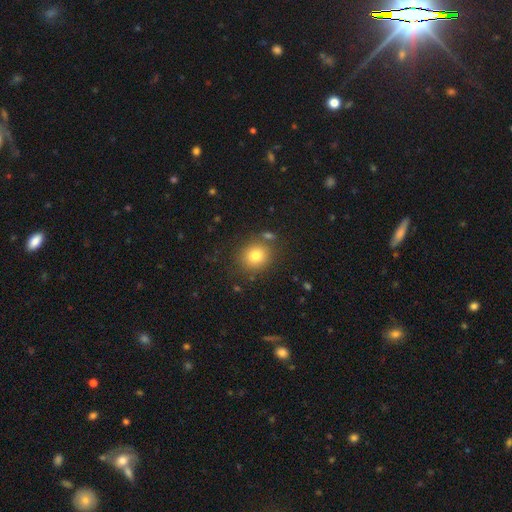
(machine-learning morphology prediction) Smooth or featured? Predicted: smooth (p=0.79). How rounded? Predicted: round (p=0.78). Merging? Predicted: none (p=0.79).